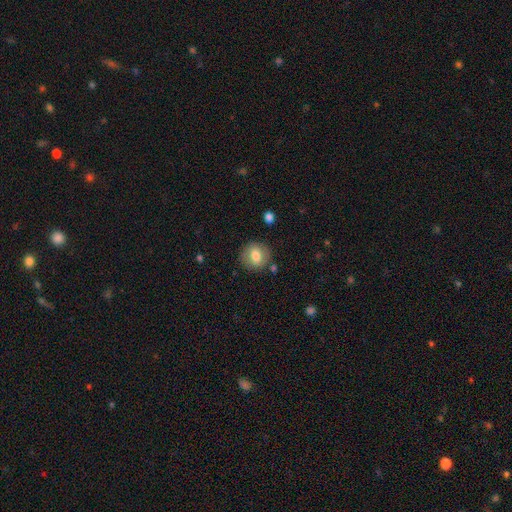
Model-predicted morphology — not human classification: A smooth galaxy with no disk features (74%) that is round (79%).

Vote fractions:
- Smooth or featured? smooth: 74% / featured or disk: 17% / star or artifact: 9%
- How rounded? round: 79% / in between: 19% / cigar-shaped: 1%
- Merging? none: 84% / minor disturbance: 10% / major disturbance: 3% / merger: 3%